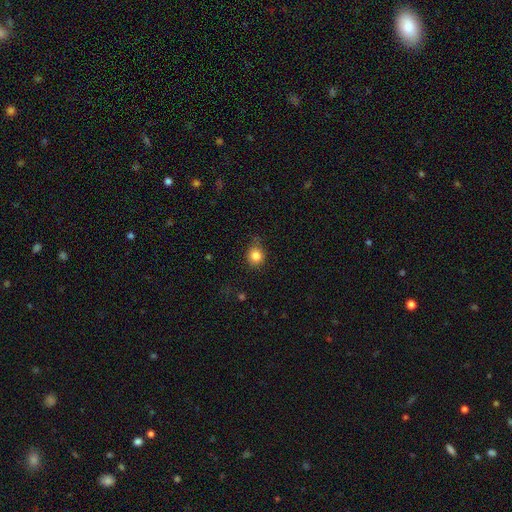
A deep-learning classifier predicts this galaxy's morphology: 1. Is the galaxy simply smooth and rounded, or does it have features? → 84% smooth, 11% star or artifact, 5% featured or disk.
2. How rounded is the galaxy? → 83% round, 16% in between, 1% cigar-shaped.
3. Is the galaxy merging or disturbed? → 75% none, 19% minor disturbance, 5% major disturbance, 2% merger.